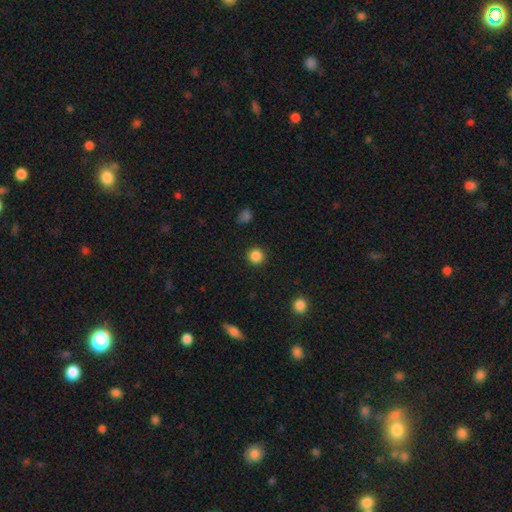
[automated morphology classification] Smooth or featured? Predicted: smooth (p=0.86). How rounded? Predicted: round (p=0.95). Merging? Predicted: none (p=0.92).